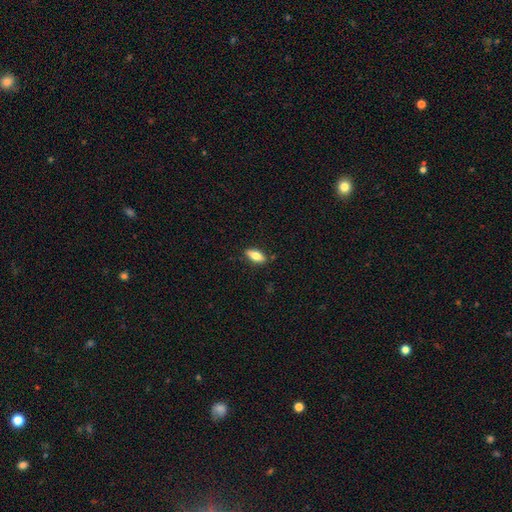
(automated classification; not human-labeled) Smooth or featured: smooth — 75% (featured or disk — 18%)
How rounded: in between — 80% (cigar-shaped — 18%)
Merging: none — 85% (minor disturbance — 11%)